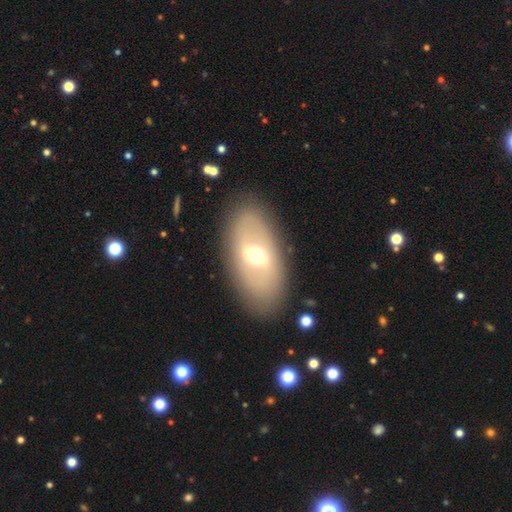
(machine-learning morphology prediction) smooth_or_featured: featured or disk (p=0.53) [alt: smooth p=0.39]
disk_edge_on: no (p=0.84) [alt: yes p=0.16]
merging: none (p=0.84) [alt: minor disturbance p=0.10]